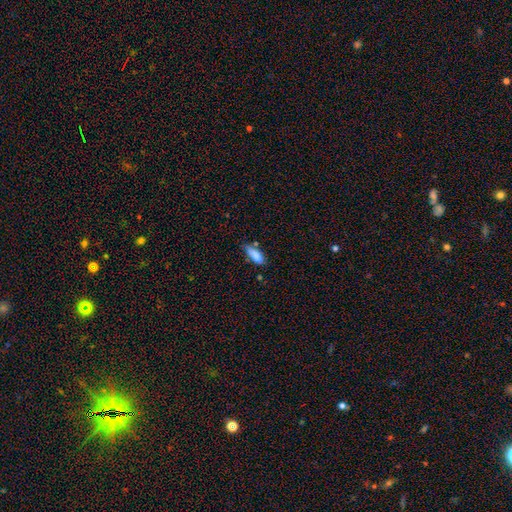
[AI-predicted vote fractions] A smooth galaxy with no disk features (82%) that is in between round and cigar-shaped (63%).

Vote fractions:
- Smooth or featured? smooth: 82% / featured or disk: 10% / star or artifact: 9%
- How rounded? in between: 63% / cigar-shaped: 35% / round: 2%
- Merging? none: 51% / minor disturbance: 32% / major disturbance: 9% / merger: 8%